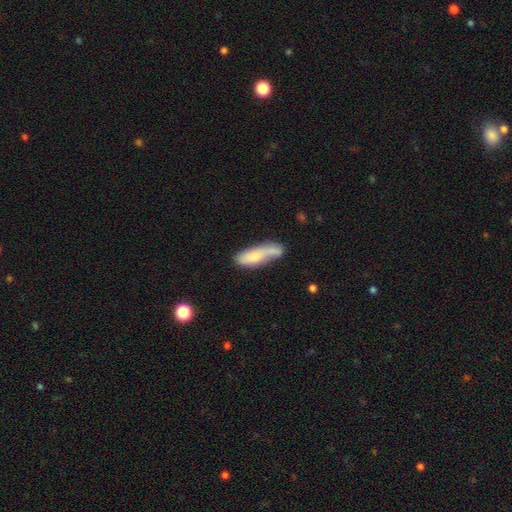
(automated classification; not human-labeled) Smooth or featured?
  - smooth: 65% *
  - featured or disk: 28%
  - star or artifact: 7%
How rounded?
  - cigar-shaped: 53% *
  - in between: 45%
  - round: 2%
Merging?
  - none: 42% *
  - minor disturbance: 26%
  - merger: 20%
  - major disturbance: 12%